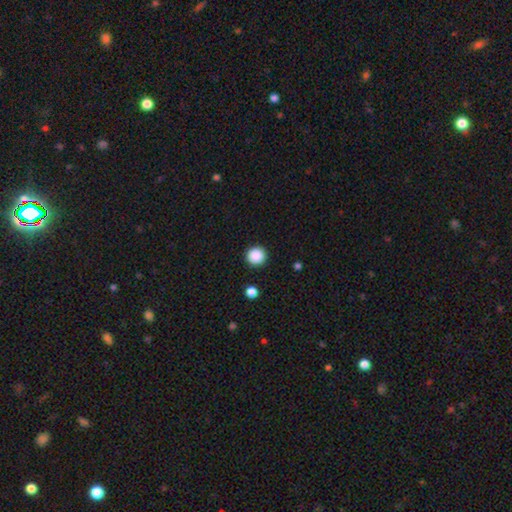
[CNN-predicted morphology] Overall: smooth (88%). How rounded: round (95%). Merging: none (92%).